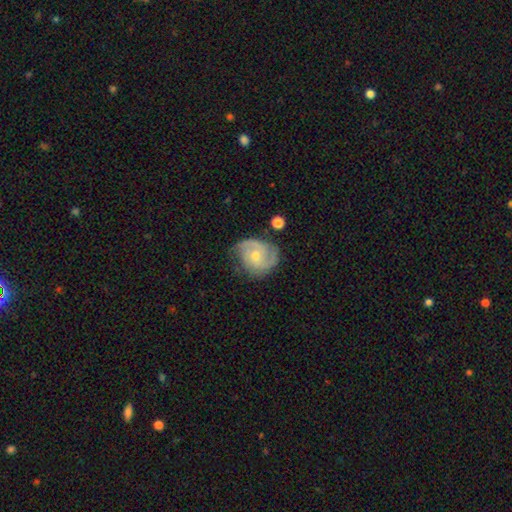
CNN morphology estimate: Smooth or featured?
  - featured or disk: 80% *
  - smooth: 14%
  - star or artifact: 6%
Edge-on disk?
  - no: 98% *
  - yes: 2%
Bar?
  - no: 73% *
  - weak: 23%
  - strong: 4%
Spiral arms?
  - yes: 94% *
  - no: 6%
Spiral winding?
  - tight: 48% *
  - medium: 40%
  - loose: 12%
Spiral arm count?
  - 2: 48% *
  - 3: 25%
  - can't tell: 15%
  - 1: 4%
  - 4: 4%
  - more than 4: 3%
Bulge size?
  - small: 52% *
  - moderate: 45%
  - large: 1%
  - none: 1%
  - dominant: 1%
Merging?
  - none: 66% *
  - minor disturbance: 23%
  - major disturbance: 8%
  - merger: 3%